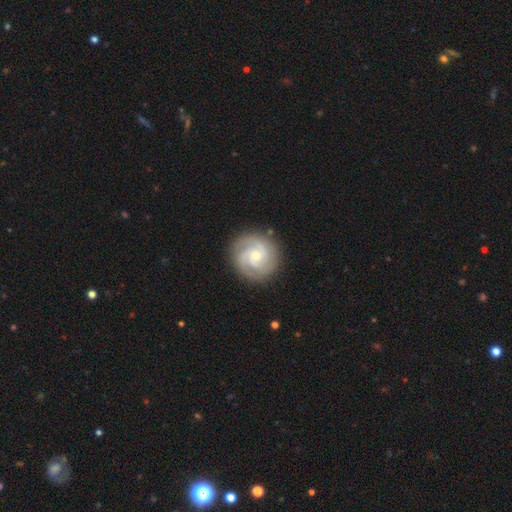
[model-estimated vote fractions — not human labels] Smooth or featured?
  - featured or disk: 87% *
  - smooth: 9%
  - star or artifact: 5%
Edge-on disk?
  - no: 98% *
  - yes: 2%
Bar?
  - no: 65% *
  - weak: 30%
  - strong: 5%
Spiral arms?
  - yes: 98% *
  - no: 2%
Spiral winding?
  - tight: 63% *
  - medium: 32%
  - loose: 5%
Spiral arm count?
  - 3: 58% *
  - 2: 14%
  - 4: 11%
  - can't tell: 9%
  - 1: 4%
  - more than 4: 4%
Bulge size?
  - small: 60% *
  - moderate: 36%
  - large: 2%
  - none: 1%
  - dominant: 1%
Merging?
  - none: 87% *
  - minor disturbance: 9%
  - major disturbance: 3%
  - merger: 1%